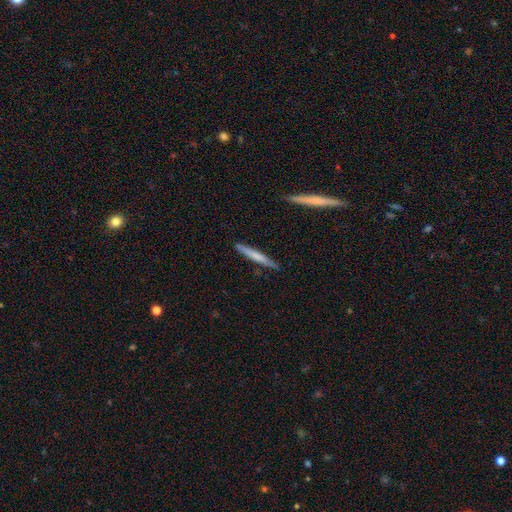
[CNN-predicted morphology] Q: Smooth or featured?
A: smooth (61%); runner-up: featured or disk (34%)
Q: How rounded?
A: cigar-shaped (96%); runner-up: in between (3%)
Q: Merging?
A: none (88%); runner-up: minor disturbance (8%)